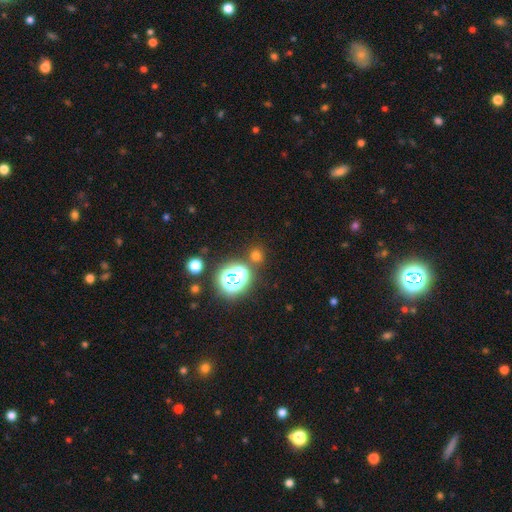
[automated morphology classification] type=smooth (59%); roundness=round (86%); merging=none (79%).